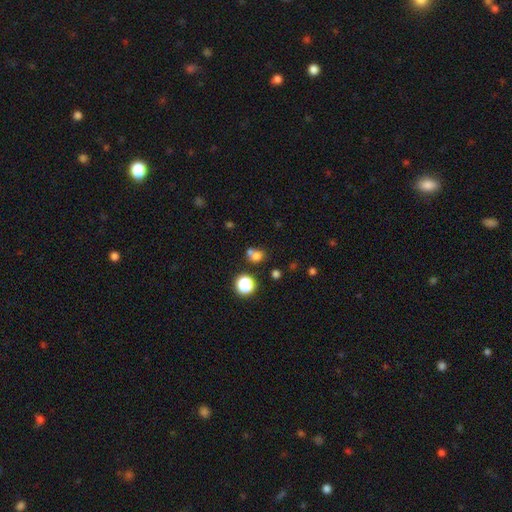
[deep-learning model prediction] The model was most divided on "merging": none: 44%, merger: 42%, minor disturbance: 9%, major disturbance: 5%. More confident: smooth or featured — smooth (71%); how rounded — round (70%).